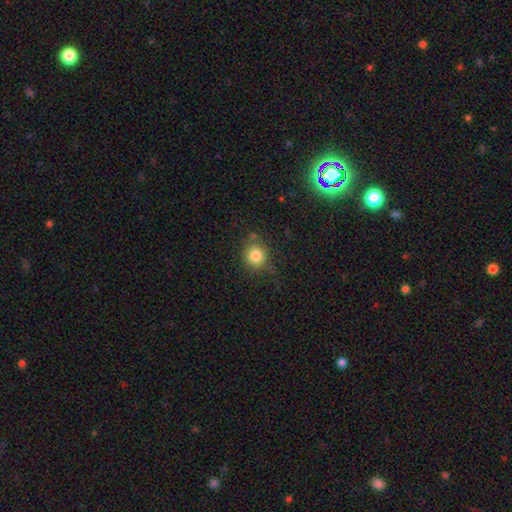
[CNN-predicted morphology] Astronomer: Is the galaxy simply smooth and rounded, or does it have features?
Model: smooth — 83%.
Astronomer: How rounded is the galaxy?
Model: round — 89%.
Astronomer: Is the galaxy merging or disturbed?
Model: none — 76%.